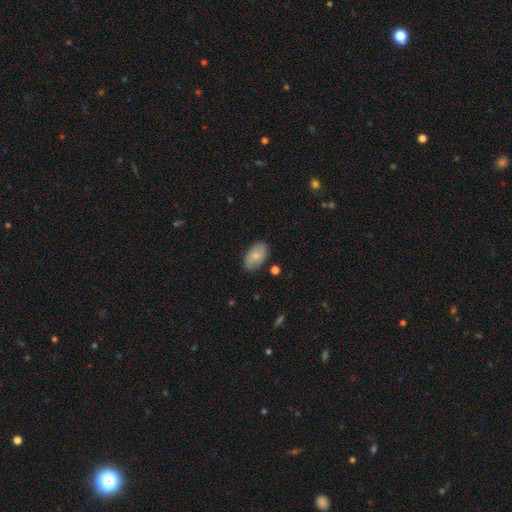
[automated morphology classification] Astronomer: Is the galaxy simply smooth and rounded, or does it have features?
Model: smooth — 74%.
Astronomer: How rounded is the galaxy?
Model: in between — 93%.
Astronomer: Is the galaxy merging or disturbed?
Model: none — 82%.